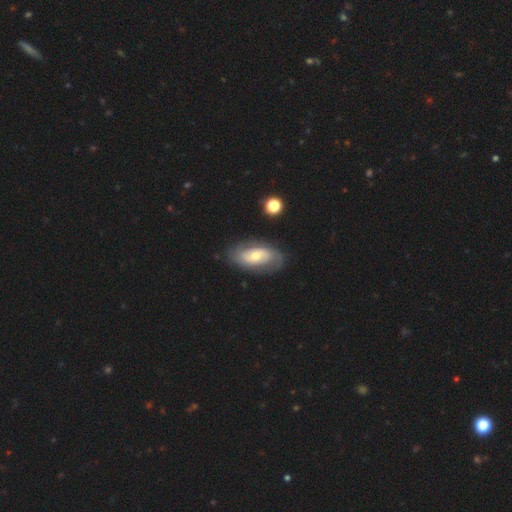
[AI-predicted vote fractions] The model was most divided on "bulge size": moderate: 53%, small: 41%, large: 4%, none: 1%, dominant: 1%. More confident: edge-on disk — no (92%); spiral arms — yes (79%); merging — none (76%); smooth or featured — featured or disk (66%); bar — no (62%).